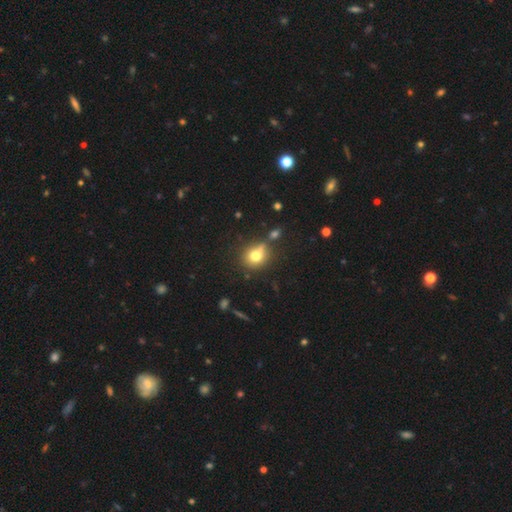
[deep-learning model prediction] Smooth or featured?
  - smooth: 74% *
  - featured or disk: 13%
  - star or artifact: 13%
How rounded?
  - round: 72% *
  - in between: 27%
  - cigar-shaped: 1%
Merging?
  - none: 59% *
  - minor disturbance: 18%
  - merger: 16%
  - major disturbance: 7%